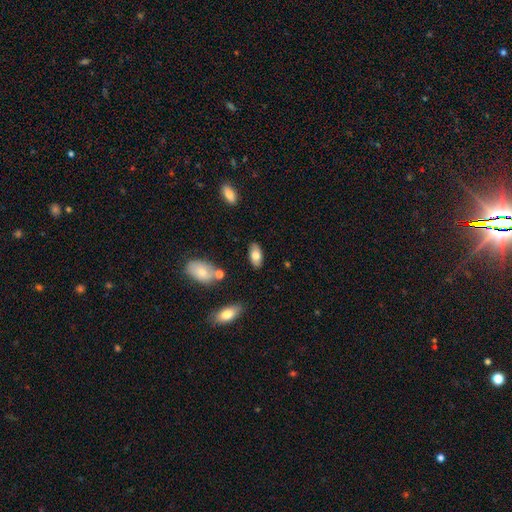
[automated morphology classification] Smooth or featured? Predicted: smooth (p=0.76). How rounded? Predicted: in between (p=0.92). Merging? Predicted: none (p=0.83).